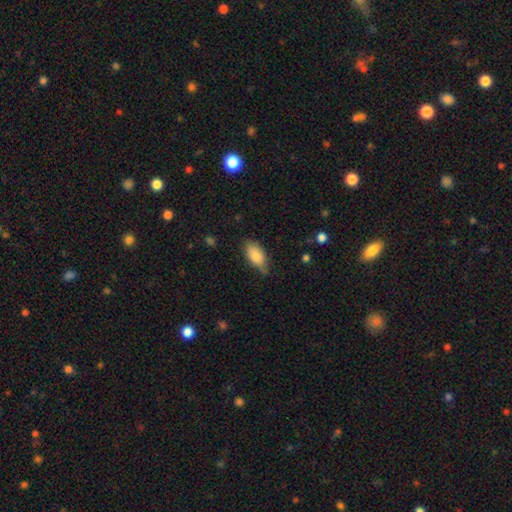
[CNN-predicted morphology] This appears to be a smooth galaxy with no disk features (85%) that is in between round and cigar-shaped (92%). Merging: none (69%).